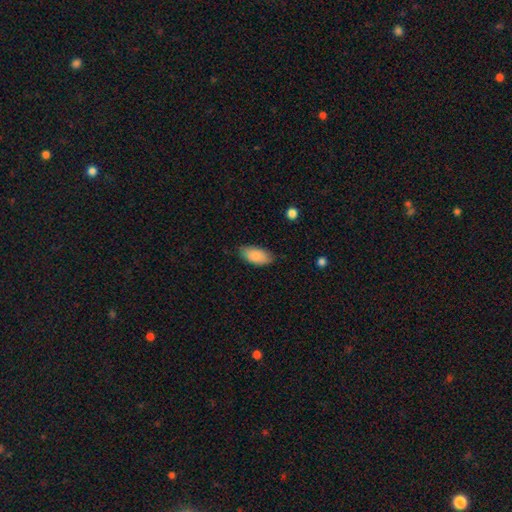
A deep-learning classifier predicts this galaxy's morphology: A smooth galaxy with no disk features (87%) that is in between round and cigar-shaped (92%). Merging: none (81%).